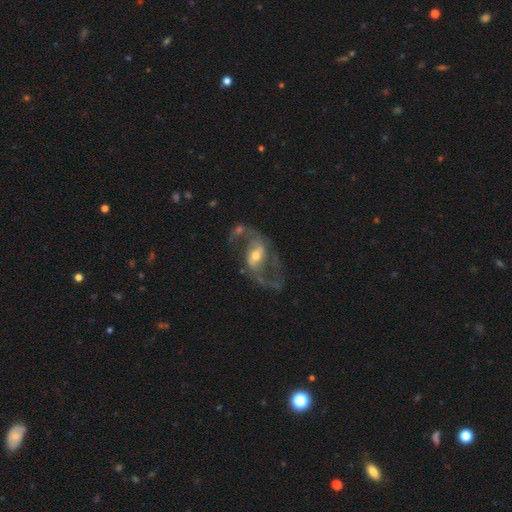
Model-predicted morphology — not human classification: A featured or disk galaxy (88%) with a weak bar (41%), 2 (93%) loose (56%) spiral arms (93%) and a moderate central bulge (57%). Merging: none (67%).